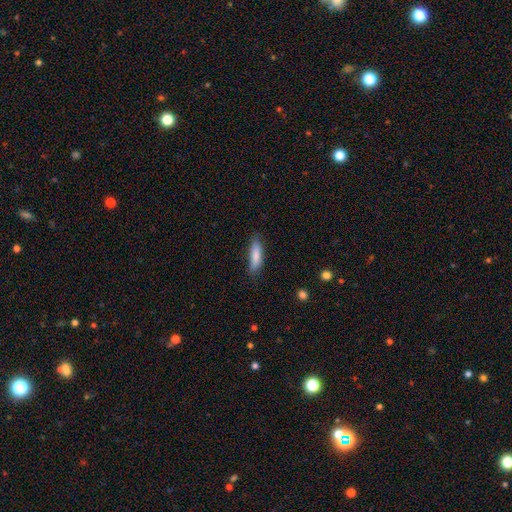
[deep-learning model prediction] A smooth galaxy with no disk features (84%) that is cigar-shaped (62%).

Vote fractions:
- Smooth or featured? smooth: 84% / featured or disk: 10% / star or artifact: 6%
- How rounded? cigar-shaped: 62% / in between: 37% / round: 2%
- Merging? none: 78% / minor disturbance: 18% / major disturbance: 3% / merger: 1%